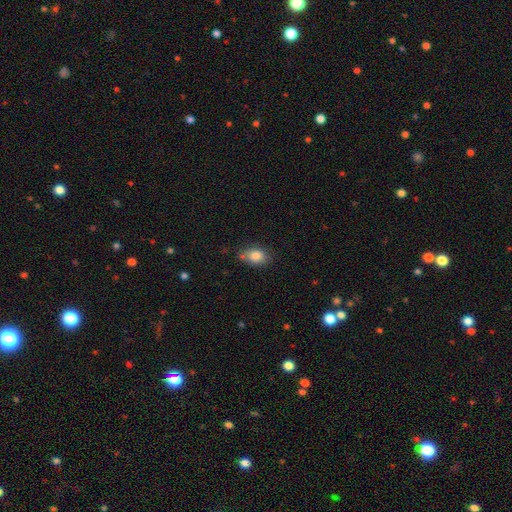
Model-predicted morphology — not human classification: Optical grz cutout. It shows a smooth galaxy with no disk features (84%) that is in between round and cigar-shaped (77%). Merging: none (71%).